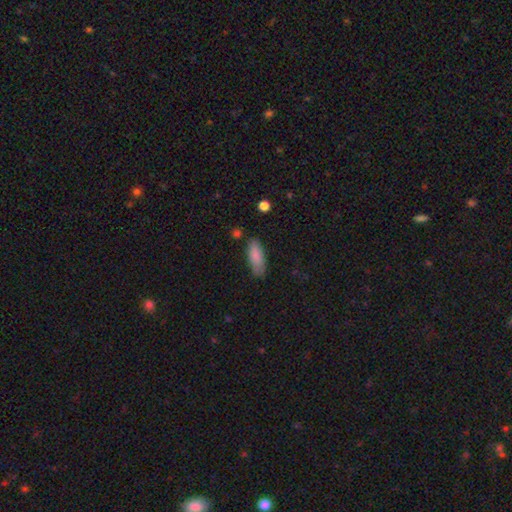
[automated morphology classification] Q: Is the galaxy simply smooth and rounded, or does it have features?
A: smooth — 85%.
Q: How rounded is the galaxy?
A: in between — 71%.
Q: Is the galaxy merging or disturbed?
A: none — 74%.